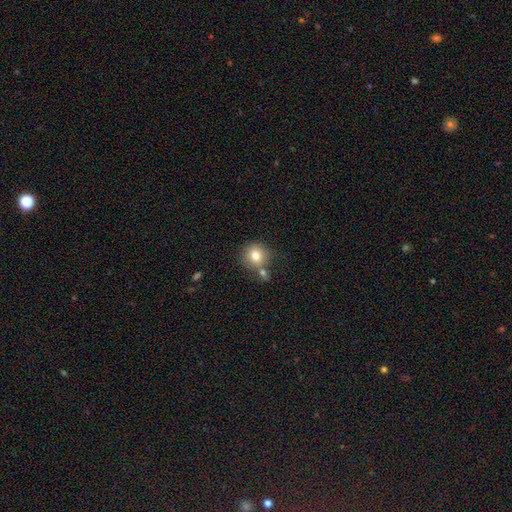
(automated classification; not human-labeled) A smooth galaxy with no disk features (79%) that is round (89%).

Vote fractions:
- Smooth or featured? smooth: 79% / featured or disk: 11% / star or artifact: 10%
- How rounded? round: 89% / in between: 10% / cigar-shaped: 1%
- Merging? none: 61% / merger: 23% / minor disturbance: 12% / major disturbance: 4%